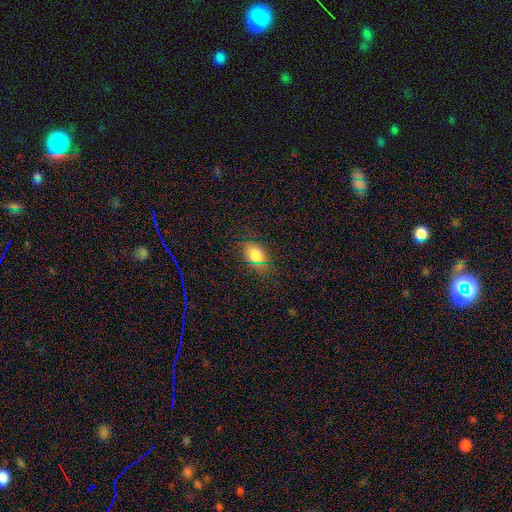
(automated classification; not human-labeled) Overall: smooth (76%). How rounded: in between (76%). Merging: none (83%).